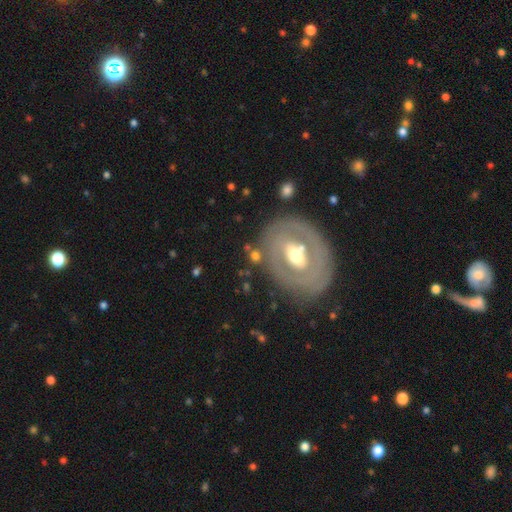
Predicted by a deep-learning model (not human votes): A featured or disk galaxy (54%). Merging: none (74%).